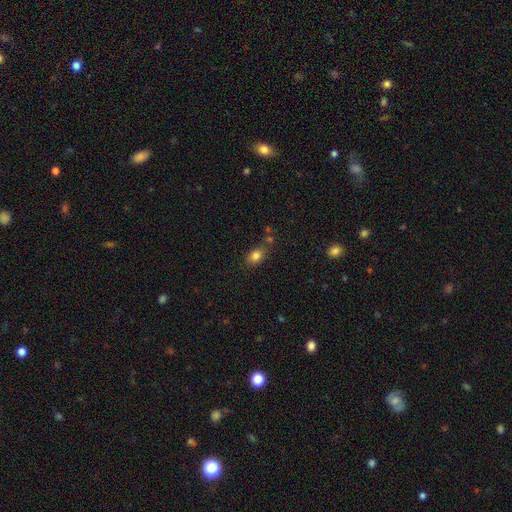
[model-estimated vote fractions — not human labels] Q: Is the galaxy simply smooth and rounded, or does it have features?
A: smooth — 82%.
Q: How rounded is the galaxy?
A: in between — 70%.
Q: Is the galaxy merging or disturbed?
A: none — 67%.